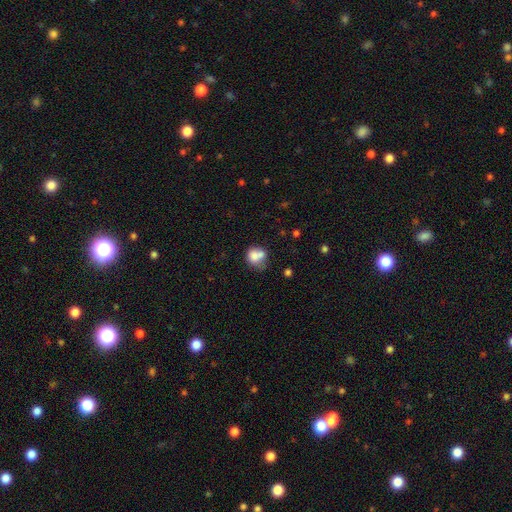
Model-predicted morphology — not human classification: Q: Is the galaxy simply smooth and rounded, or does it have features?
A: smooth — 73%.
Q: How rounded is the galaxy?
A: round — 63%.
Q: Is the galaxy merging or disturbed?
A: merger — 45%.